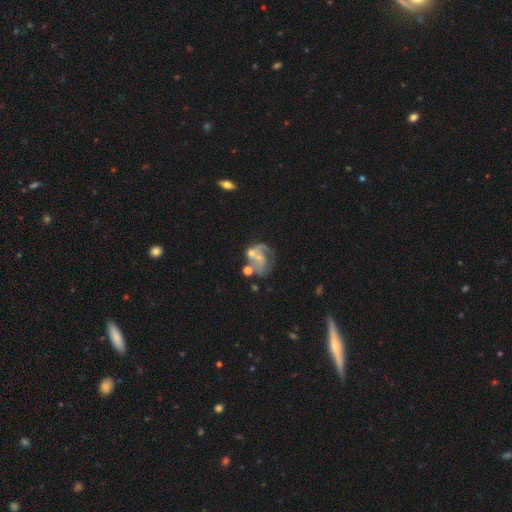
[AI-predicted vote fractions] featured or disk 65%, smooth 25%, star or artifact 10%. Down the decision tree: edge-on disk — no (98%); bar — no (72%); spiral arms — yes (67%); bulge size — small (53%); merging — none (31%).